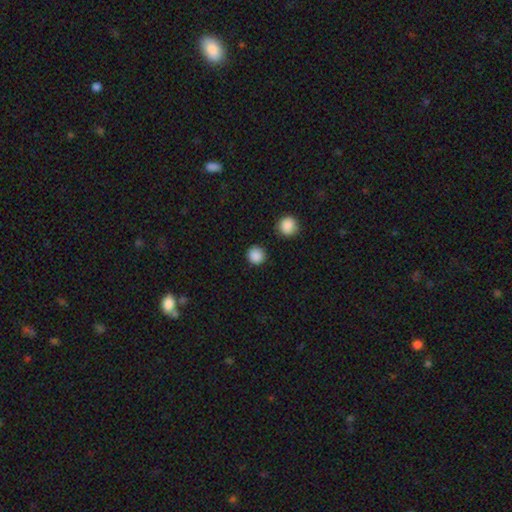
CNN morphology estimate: The model was most divided on "smooth or featured": smooth: 87%, star or artifact: 10%, featured or disk: 3%. More confident: how rounded — round (94%); merging — none (89%).